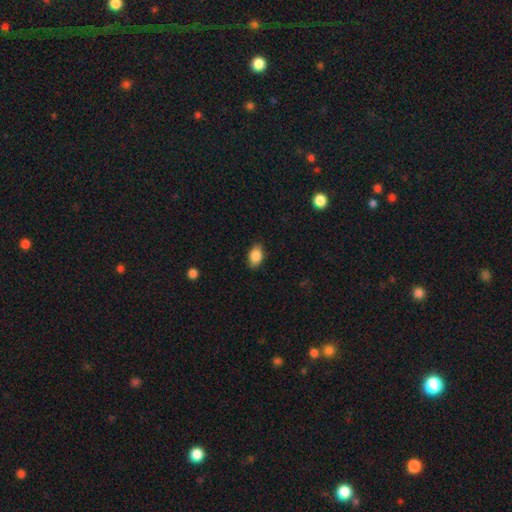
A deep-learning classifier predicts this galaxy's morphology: smooth_or_featured: smooth (p=0.86) [alt: star or artifact p=0.08]
how_rounded: in between (p=0.85) [alt: round p=0.13]
merging: none (p=0.85) [alt: minor disturbance p=0.11]